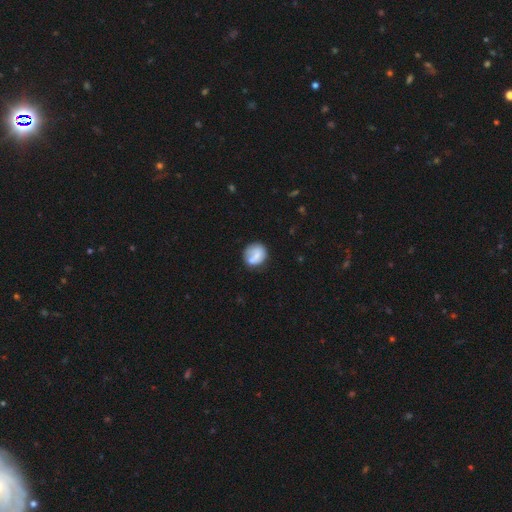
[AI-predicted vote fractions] Smooth or featured: smooth — 68% (featured or disk — 24%)
How rounded: round — 80% (in between — 19%)
Merging: none — 60% (minor disturbance — 23%)